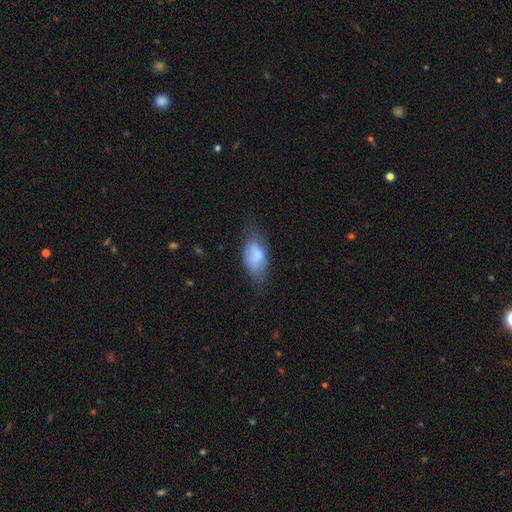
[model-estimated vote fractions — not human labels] smooth 78%, featured or disk 15%, star or artifact 8%. Down the decision tree: how rounded — in between (92%); merging — none (54%).